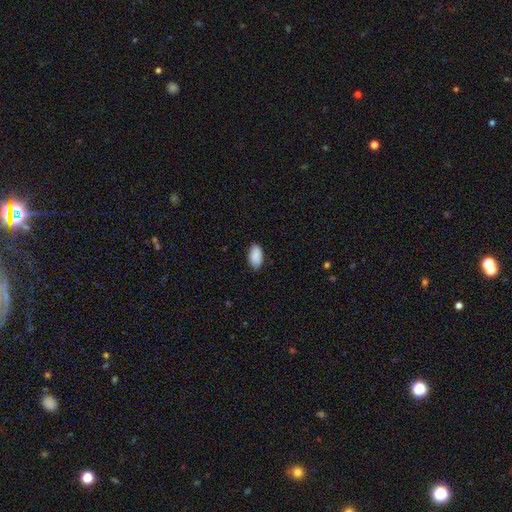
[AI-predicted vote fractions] A smooth galaxy with no disk features (90%) that is in between round and cigar-shaped (95%). Merging: none (85%).